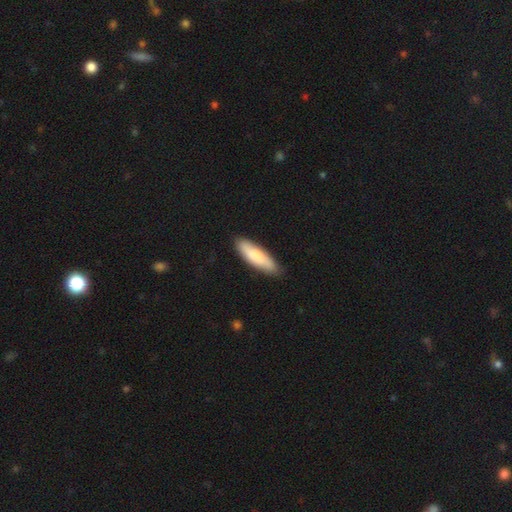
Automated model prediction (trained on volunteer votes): Smooth or featured?
  - smooth: 81% *
  - featured or disk: 14%
  - star or artifact: 5%
How rounded?
  - cigar-shaped: 60% *
  - in between: 39%
  - round: 1%
Merging?
  - none: 83% *
  - minor disturbance: 13%
  - major disturbance: 2%
  - merger: 1%